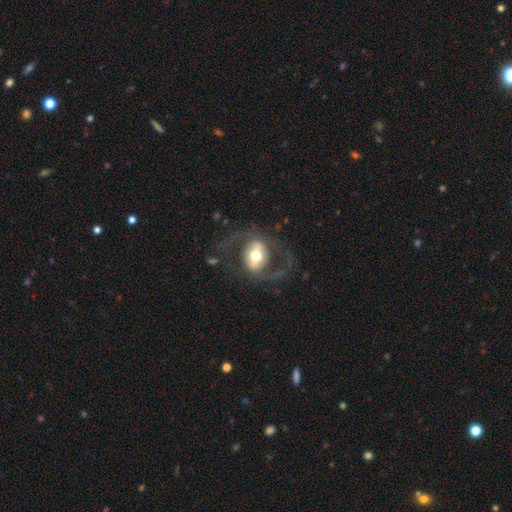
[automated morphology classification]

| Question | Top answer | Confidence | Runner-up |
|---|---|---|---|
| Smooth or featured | featured or disk | 74% | smooth (20%) |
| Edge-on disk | no | 95% | yes (5%) |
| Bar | strong | 38% | weak (34%) |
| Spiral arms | yes | 77% | no (23%) |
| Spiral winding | medium | 46% | loose (43%) |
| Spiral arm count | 2 | 88% | can't tell (5%) |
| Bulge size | moderate | 63% | large (25%) |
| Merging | none | 64% | major disturbance (21%) |